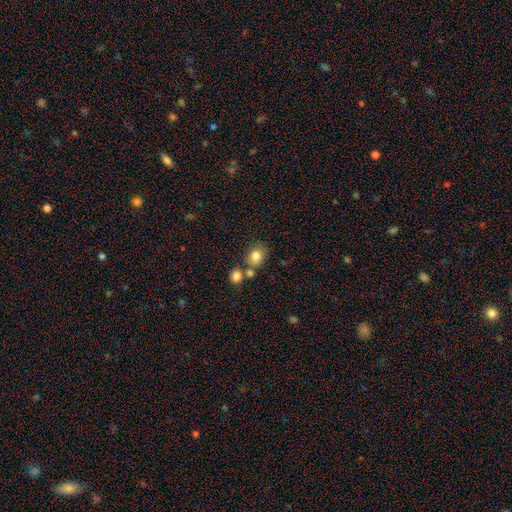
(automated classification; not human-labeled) smooth 81%, star or artifact 10%, featured or disk 9%. Down the decision tree: how rounded — round (64%); merging — none (63%).